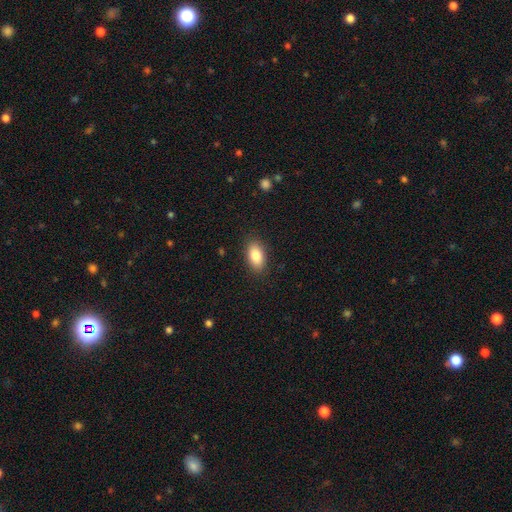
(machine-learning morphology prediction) The model was most divided on "smooth or featured": smooth: 85%, featured or disk: 8%, star or artifact: 7%. More confident: how rounded — in between (91%); merging — none (87%).